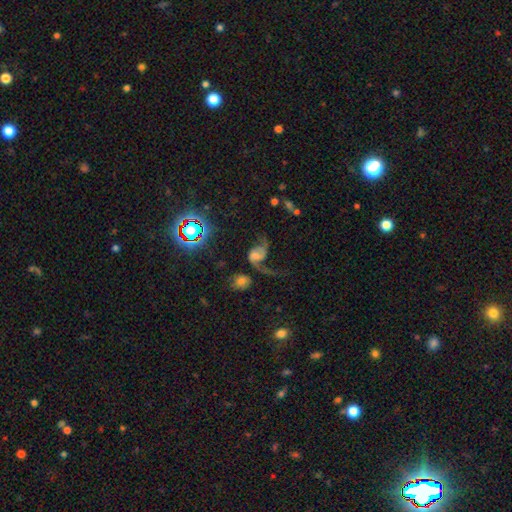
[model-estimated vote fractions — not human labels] Smooth or featured? featured or disk (68%)
Edge-on disk? no (97%)
Bar? no (56%)
Spiral arms? yes (89%)
Spiral winding? loose (79%)
Spiral arm count? 2 (74%)
Bulge size? moderate (35%)
Merging? major disturbance (40%)